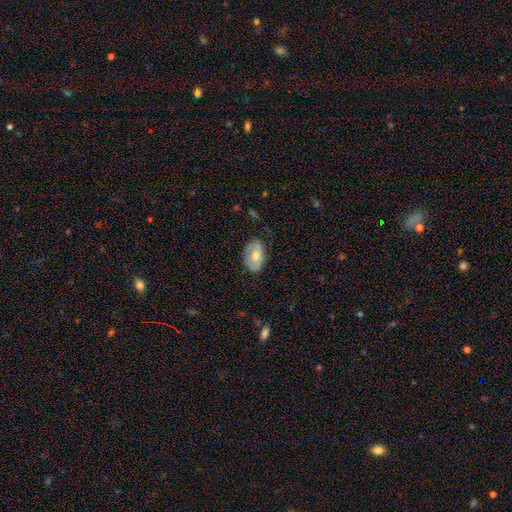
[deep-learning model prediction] Q: Smooth or featured?
A: smooth (57%); runner-up: featured or disk (35%)
Q: How rounded?
A: in between (87%); runner-up: round (11%)
Q: Merging?
A: none (69%); runner-up: minor disturbance (24%)